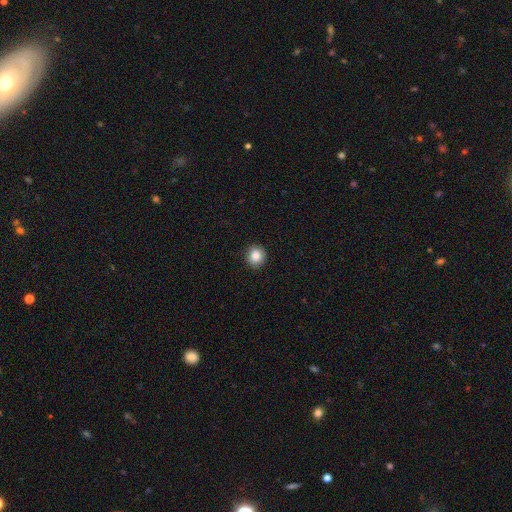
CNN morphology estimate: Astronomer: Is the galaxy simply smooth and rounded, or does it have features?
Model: smooth — 86%.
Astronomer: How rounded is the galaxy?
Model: round — 87%.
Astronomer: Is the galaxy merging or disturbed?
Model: none — 89%.